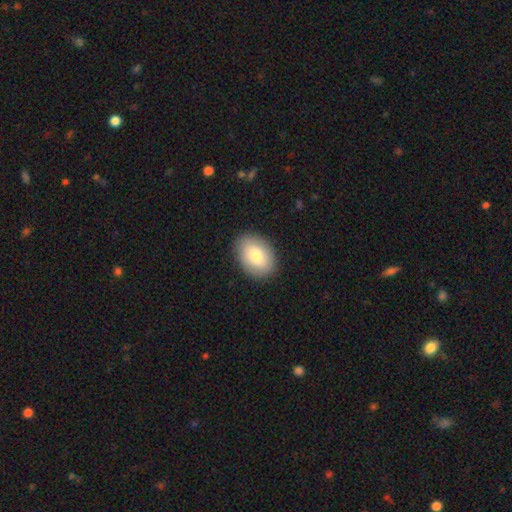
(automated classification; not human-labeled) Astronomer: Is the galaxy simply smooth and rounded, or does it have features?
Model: smooth — 79%.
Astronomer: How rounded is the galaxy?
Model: in between — 79%.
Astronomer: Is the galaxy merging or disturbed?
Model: none — 87%.